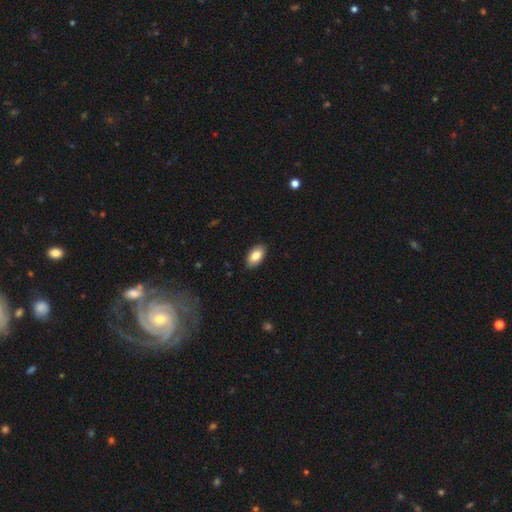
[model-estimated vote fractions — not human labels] This is clearly a smooth galaxy (84%). How rounded: clearly in between (94%). Merging: clearly none (89%).